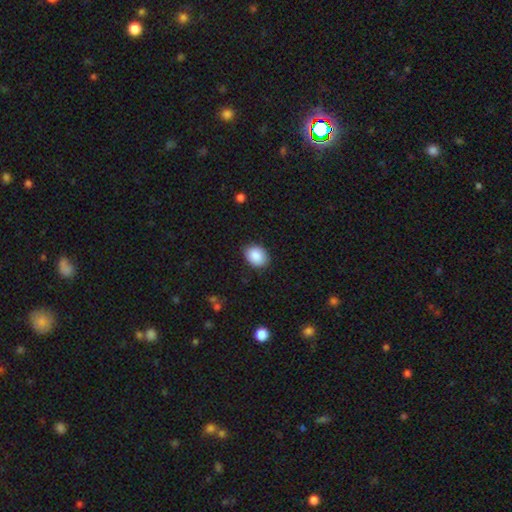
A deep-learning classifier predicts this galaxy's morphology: This appears to be a smooth galaxy with no disk features (88%) that is in between round and cigar-shaped (64%). Merging: none (85%).